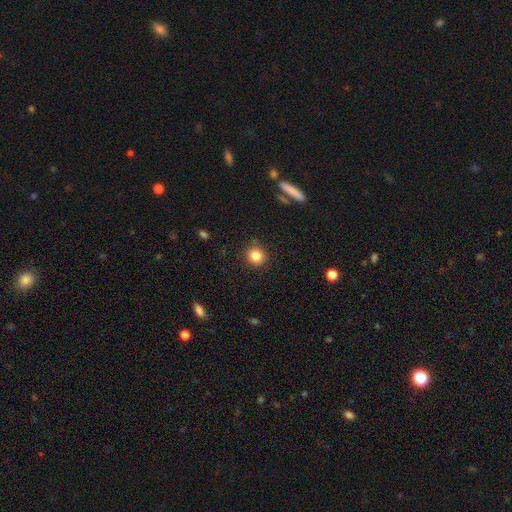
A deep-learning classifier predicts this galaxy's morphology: A smooth galaxy with no disk features (83%) that is round (88%). Merging: none (87%).